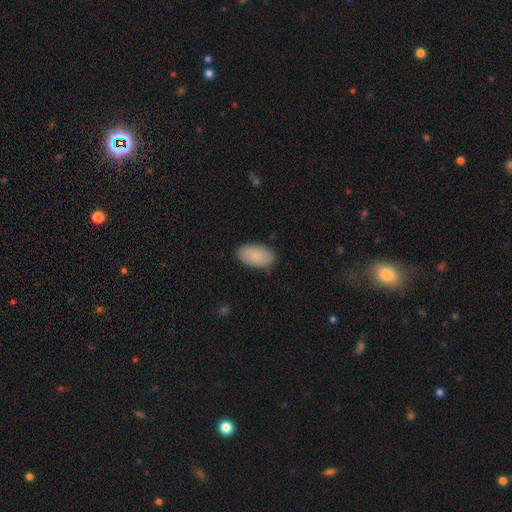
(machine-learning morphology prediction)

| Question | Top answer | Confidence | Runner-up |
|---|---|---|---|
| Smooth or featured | smooth | 87% | featured or disk (7%) |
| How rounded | in between | 94% | round (4%) |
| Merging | none | 85% | minor disturbance (12%) |